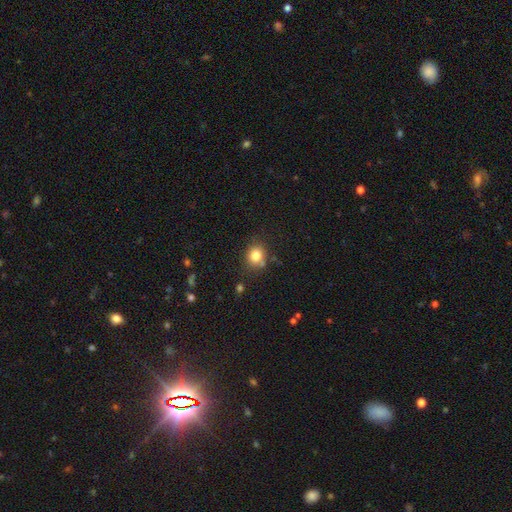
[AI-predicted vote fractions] Smooth or featured? smooth (81%)
How rounded? round (74%)
Merging? none (76%)